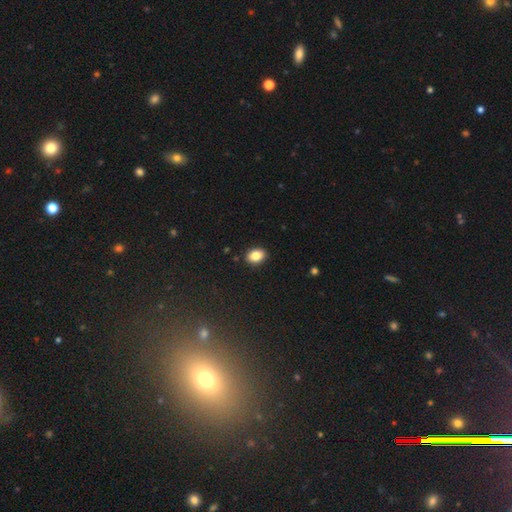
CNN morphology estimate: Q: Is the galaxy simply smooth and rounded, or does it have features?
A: smooth — 85%.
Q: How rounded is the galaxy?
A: in between — 76%.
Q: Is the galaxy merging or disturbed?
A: none — 90%.